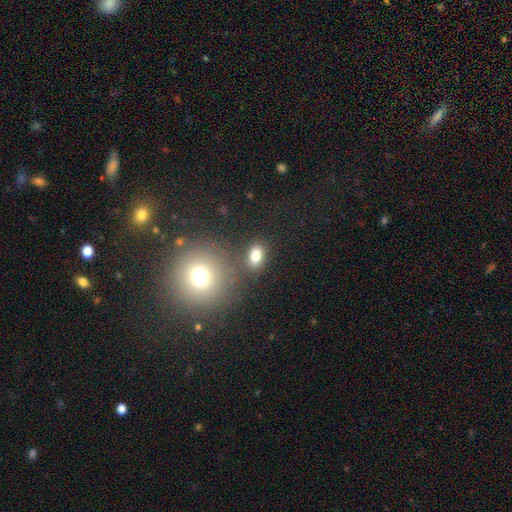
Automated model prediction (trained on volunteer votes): A smooth galaxy with no disk features (81%) that is in between round and cigar-shaped (78%). Merging: none (75%).